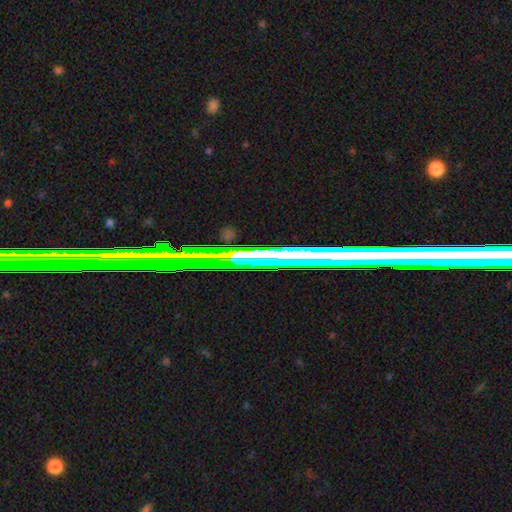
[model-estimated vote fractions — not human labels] Smooth or featured? star or artifact (64%)